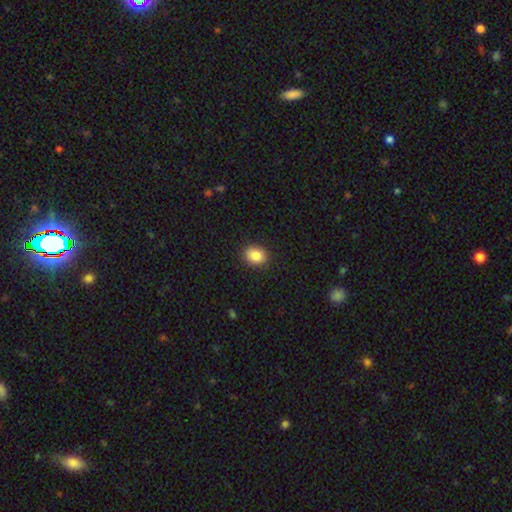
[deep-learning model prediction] smooth 87%, star or artifact 9%, featured or disk 4%. Down the decision tree: how rounded — round (52%); merging — none (90%).